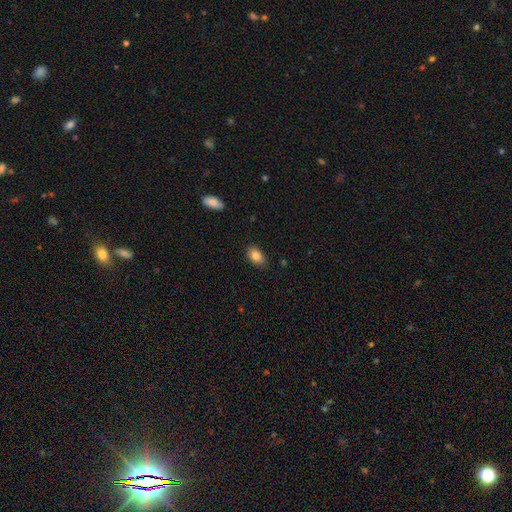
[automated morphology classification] This appears to be a smooth galaxy with no disk features (85%) that is in between round and cigar-shaped (88%). Merging: none (85%).